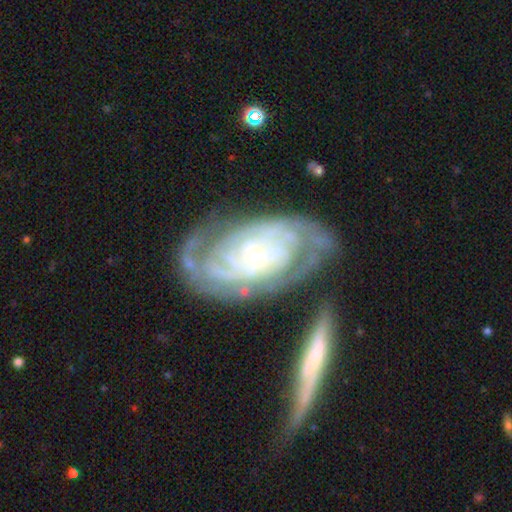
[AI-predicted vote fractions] Overall: featured or disk (90%). Edge-on disk: no (95%). Bar: no (69%). Spiral arms: yes (98%). Spiral arm count: 2 (30%; can't tell 25%). Spiral winding: tight (74%). Bulge size: small (83%). Merging: none (67%).